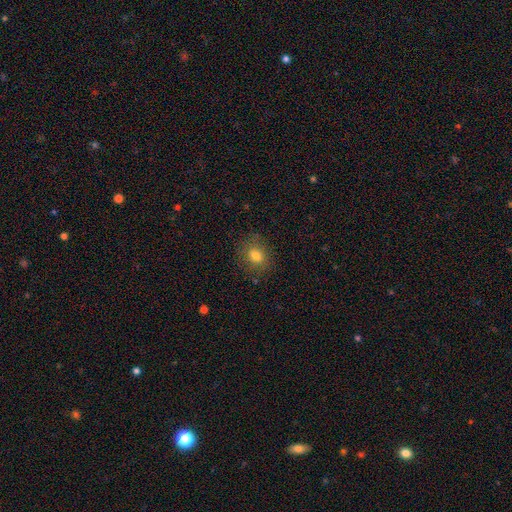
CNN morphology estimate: Q: Smooth or featured?
A: smooth (78%); runner-up: star or artifact (12%)
Q: How rounded?
A: round (62%); runner-up: in between (37%)
Q: Merging?
A: none (84%); runner-up: minor disturbance (11%)